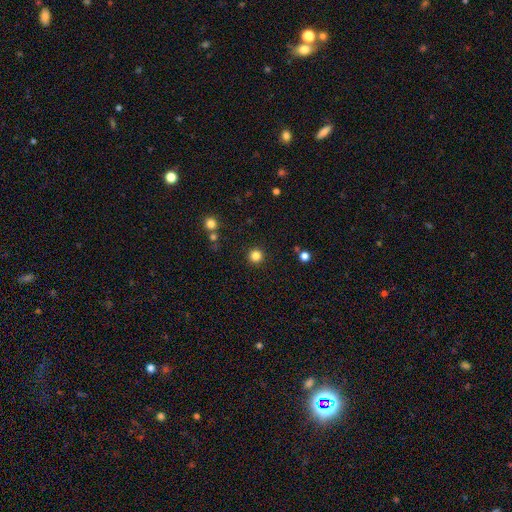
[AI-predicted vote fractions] Morphology: type=smooth (83%); roundness=round (96%); merging=none (92%).